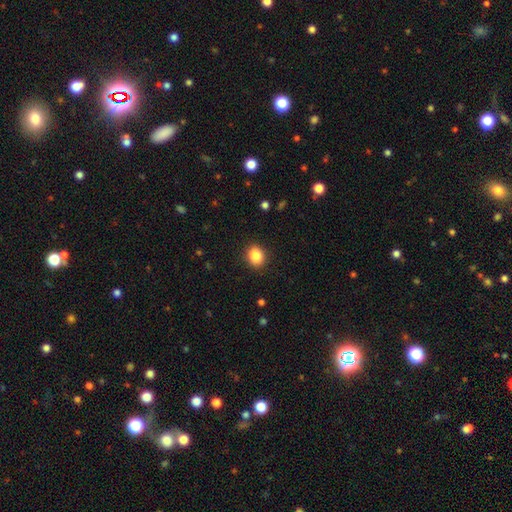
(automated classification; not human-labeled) This is clearly a smooth galaxy (88%). How rounded: possibly round (50%). Merging: clearly none (88%).